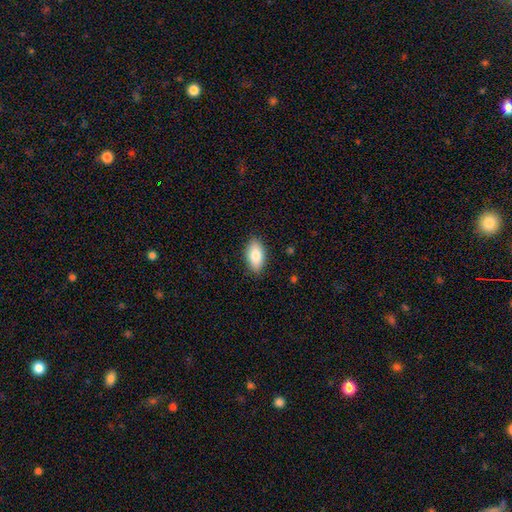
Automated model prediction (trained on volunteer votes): Smooth or featured? Predicted: smooth (p=0.82). How rounded? Predicted: in between (p=0.92). Merging? Predicted: none (p=0.87).